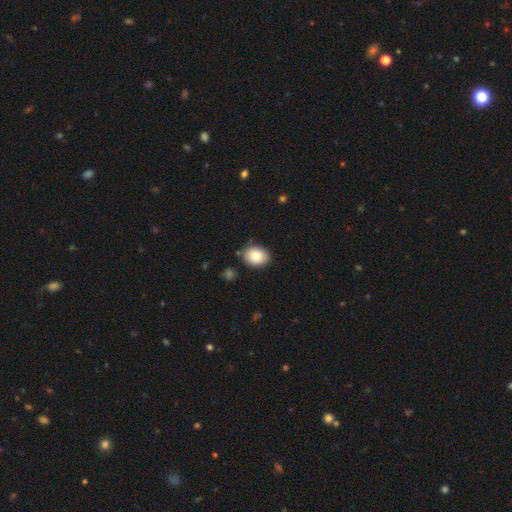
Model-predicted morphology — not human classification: Overall: smooth (87%). How rounded: in between (57%; round 42%). Merging: none (82%).